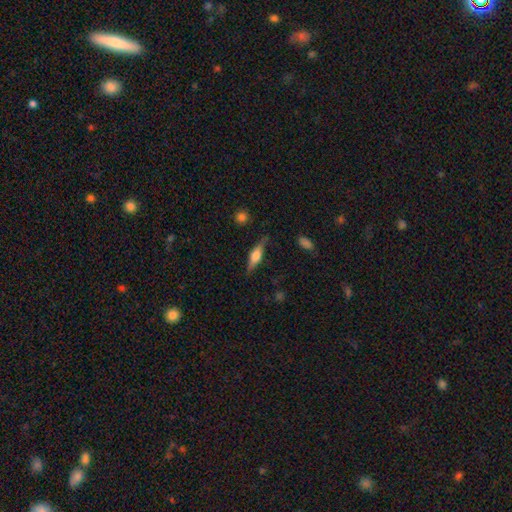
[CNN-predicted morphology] A featured or disk galaxy (62%) viewed edge-on (96%) with a rounded central bulge (84%).

Vote fractions:
- Smooth or featured? featured or disk: 62% / smooth: 32% / star or artifact: 6%
- Edge-on disk? yes: 96% / no: 4%
- Edge-on bulge? rounded: 84% / boxy: 13% / none: 2%
- Merging? none: 82% / minor disturbance: 13% / major disturbance: 3% / merger: 2%